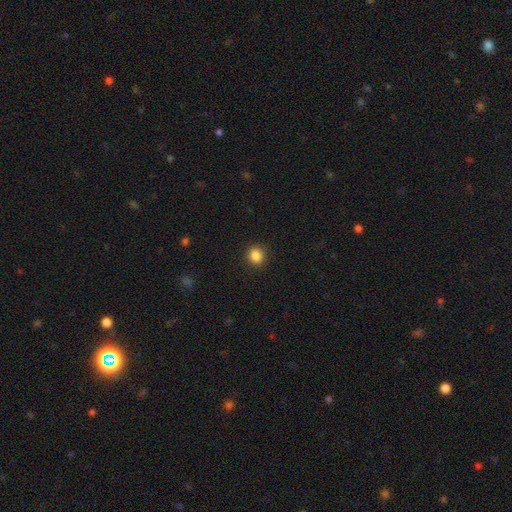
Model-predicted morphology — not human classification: Smooth or featured? Predicted: smooth (p=0.87). How rounded? Predicted: round (p=0.75). Merging? Predicted: none (p=0.89).